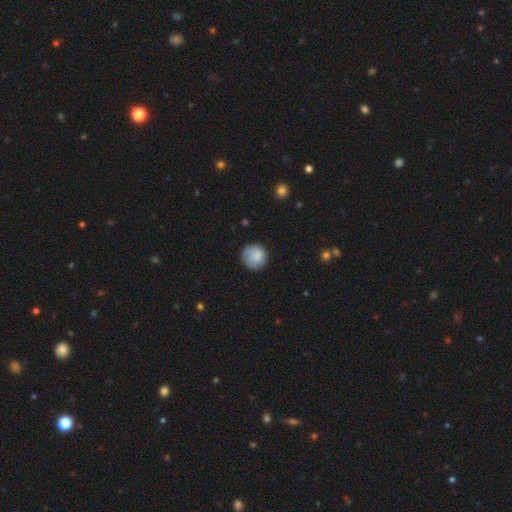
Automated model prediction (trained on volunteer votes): smooth 84%, featured or disk 9%, star or artifact 7%. Down the decision tree: how rounded — round (92%); merging — none (80%).